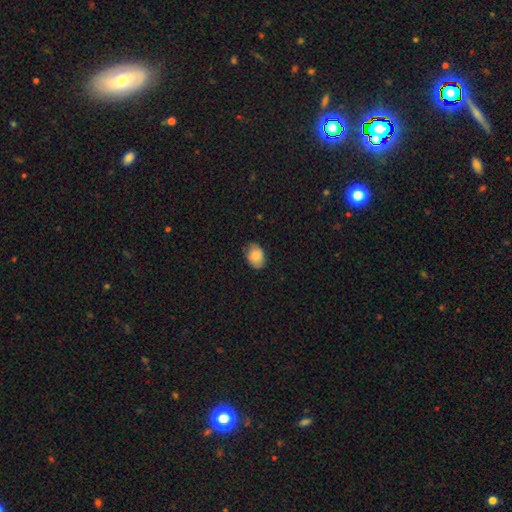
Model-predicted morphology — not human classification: This appears to be a smooth galaxy with no disk features (83%) that is in between round and cigar-shaped (76%). Merging: none (75%).